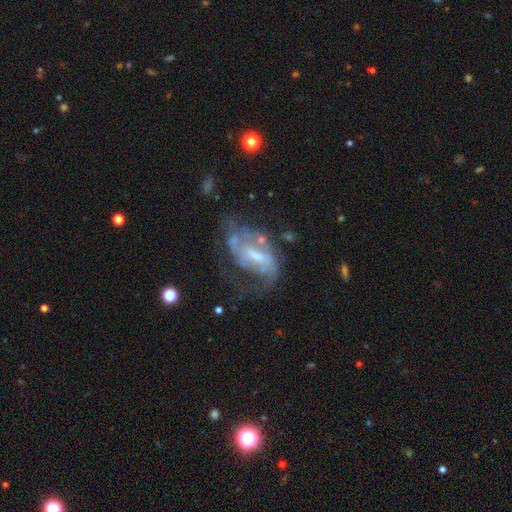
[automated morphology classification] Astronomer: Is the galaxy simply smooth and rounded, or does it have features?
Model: featured or disk — 78%.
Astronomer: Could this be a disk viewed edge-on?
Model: no — 96%.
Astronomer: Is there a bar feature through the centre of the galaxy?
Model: weak — 51%.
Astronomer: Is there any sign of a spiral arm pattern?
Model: yes — 79%.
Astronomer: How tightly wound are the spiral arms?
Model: medium — 43% (runner-up: loose, 34%).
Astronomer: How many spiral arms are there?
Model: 2 — 52%.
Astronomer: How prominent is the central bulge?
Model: small — 46% (runner-up: moderate, 37%).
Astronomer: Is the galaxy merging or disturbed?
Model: none — 36% (runner-up: major disturbance, 35%).